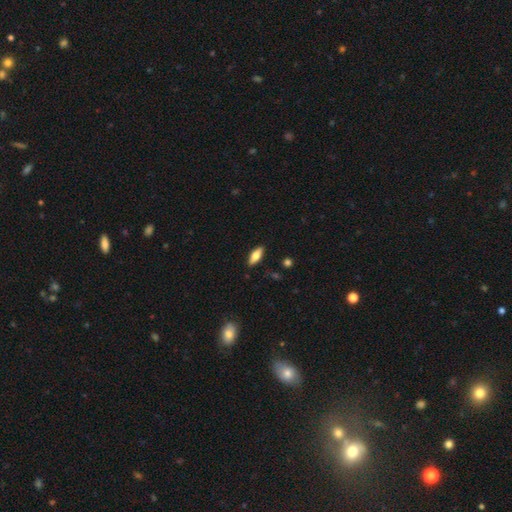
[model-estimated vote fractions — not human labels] smooth-or-featured: smooth: 70% | featured or disk: 23% | star or artifact: 6%
  how-rounded: in between: 71% | cigar-shaped: 26% | round: 2%
  merging: none: 88% | minor disturbance: 9% | major disturbance: 2% | merger: 1%